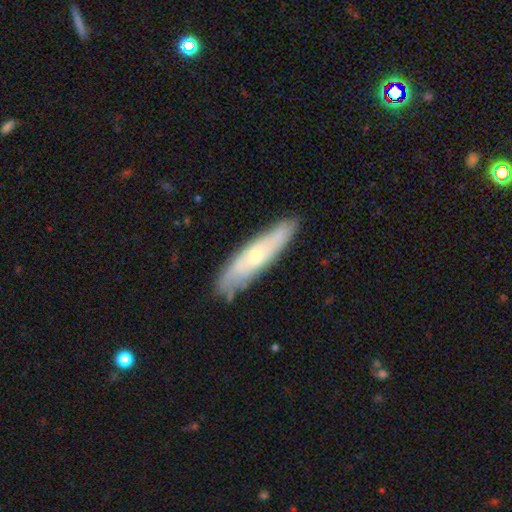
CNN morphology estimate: Smooth or featured?
  - featured or disk: 48% *
  - smooth: 46%
  - star or artifact: 6%
Merging?
  - none: 79% *
  - minor disturbance: 16%
  - major disturbance: 3%
  - merger: 2%